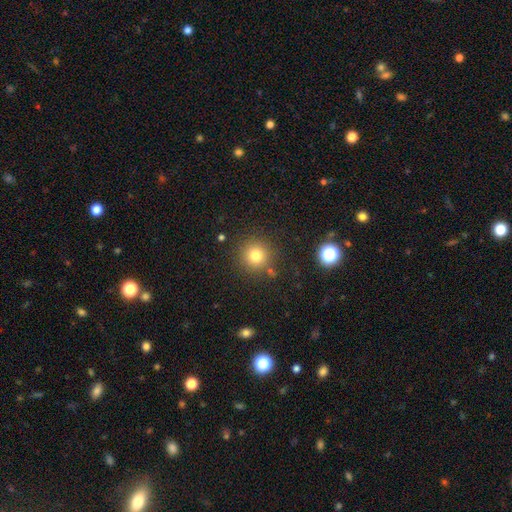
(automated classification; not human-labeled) Smooth or featured: smooth — 78% (star or artifact — 14%)
How rounded: round — 95% (in between — 4%)
Merging: none — 86% (minor disturbance — 7%)